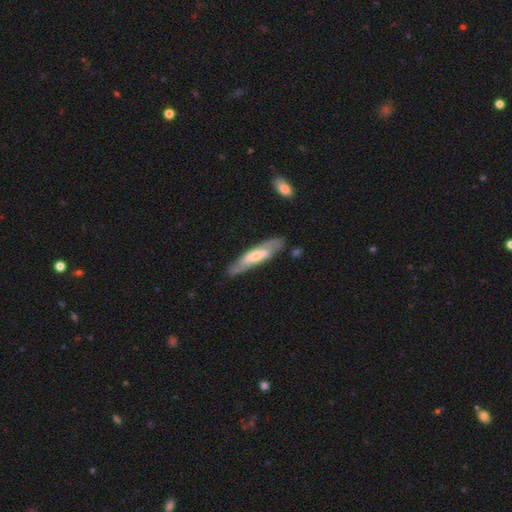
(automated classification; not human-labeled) Morphology: type=featured or disk (56%); edge-on=no (56%); merging=none (73%).